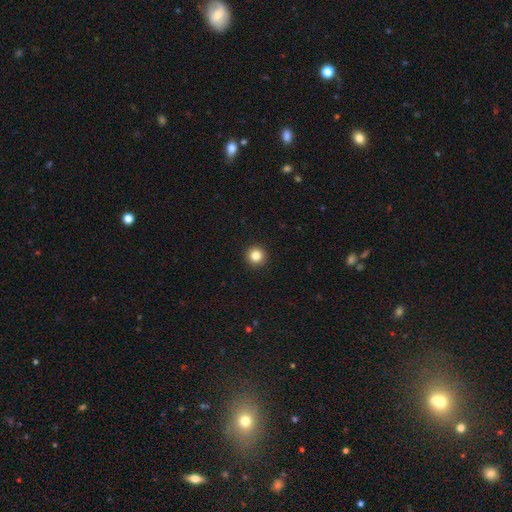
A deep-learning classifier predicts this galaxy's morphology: This is clearly a smooth galaxy (84%). How rounded: clearly round (96%). Merging: clearly none (94%).